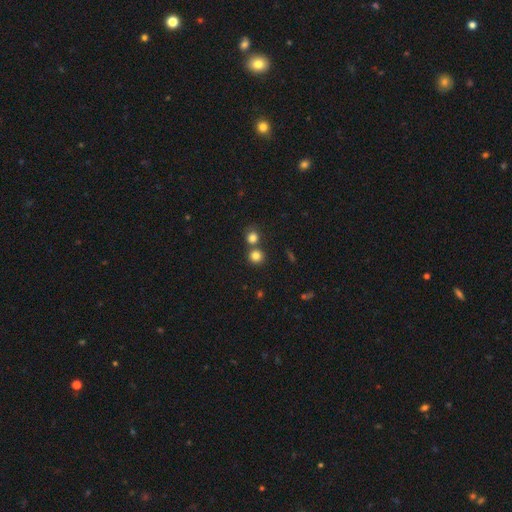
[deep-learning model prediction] smooth_or_featured: smooth (p=0.81) [alt: star or artifact p=0.13]
how_rounded: round (p=0.88) [alt: in between p=0.11]
merging: none (p=0.63) [alt: merger p=0.28]